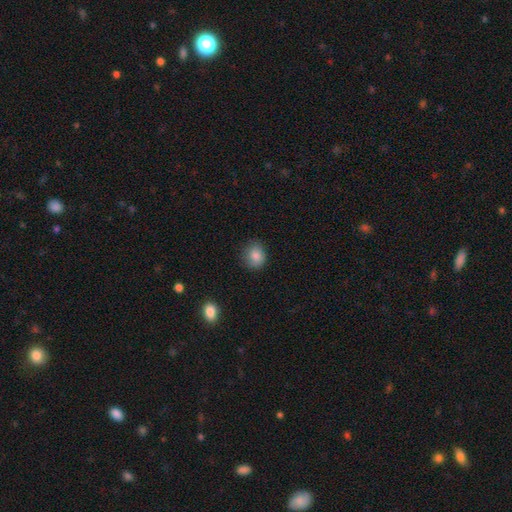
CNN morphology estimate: smooth_or_featured: smooth (p=0.85) [alt: star or artifact p=0.10]
how_rounded: round (p=0.71) [alt: in between p=0.28]
merging: none (p=0.78) [alt: minor disturbance p=0.17]